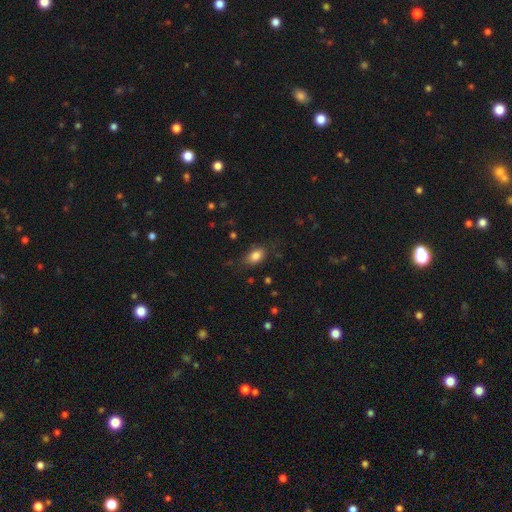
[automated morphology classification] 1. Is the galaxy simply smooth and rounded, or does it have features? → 84% smooth, 9% star or artifact, 7% featured or disk.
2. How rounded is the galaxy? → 83% in between, 15% round, 2% cigar-shaped.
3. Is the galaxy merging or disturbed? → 76% none, 17% minor disturbance, 5% major disturbance, 1% merger.